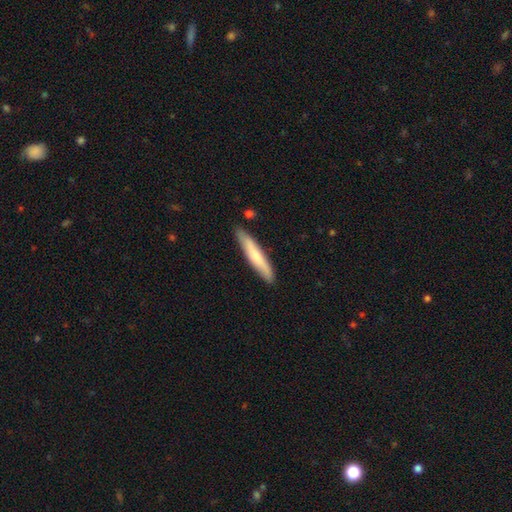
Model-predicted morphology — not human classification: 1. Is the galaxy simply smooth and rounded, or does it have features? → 67% smooth, 28% featured or disk, 5% star or artifact.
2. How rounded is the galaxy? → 92% cigar-shaped, 7% in between, 1% round.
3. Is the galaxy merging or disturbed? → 86% none, 11% minor disturbance, 2% merger, 2% major disturbance.